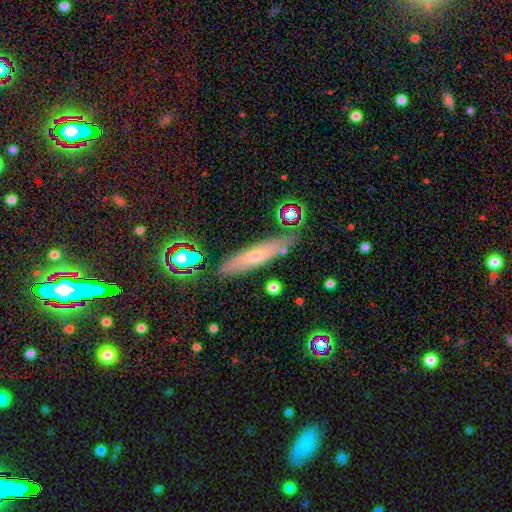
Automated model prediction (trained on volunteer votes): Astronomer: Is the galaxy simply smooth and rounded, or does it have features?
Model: featured or disk — 44% (runner-up: smooth, 42%).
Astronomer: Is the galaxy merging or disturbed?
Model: none — 75%.